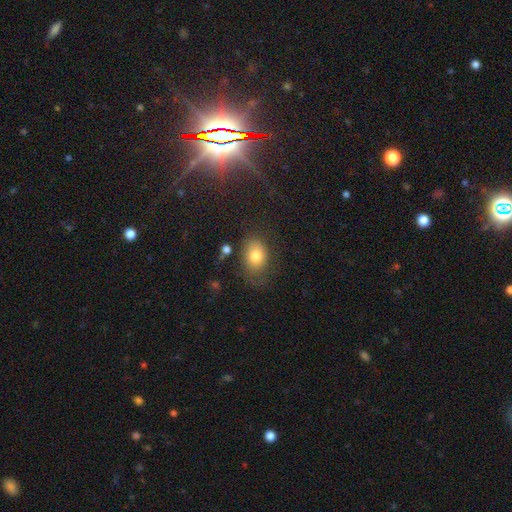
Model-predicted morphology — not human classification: type=smooth (80%); roundness=in between (70%); merging=none (65%).